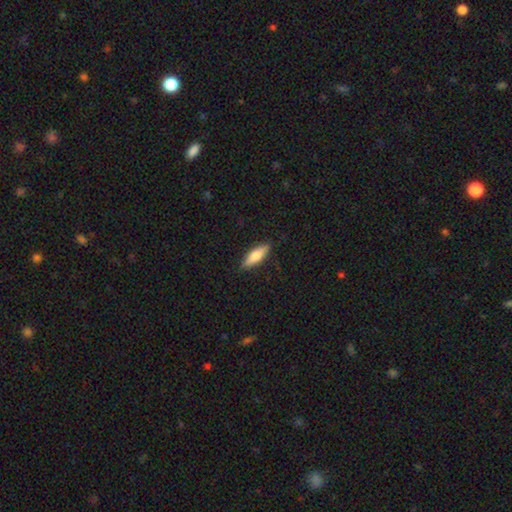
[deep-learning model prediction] This is likely a smooth galaxy (70%). How rounded: possibly cigar-shaped (50%). Merging: clearly none (87%).